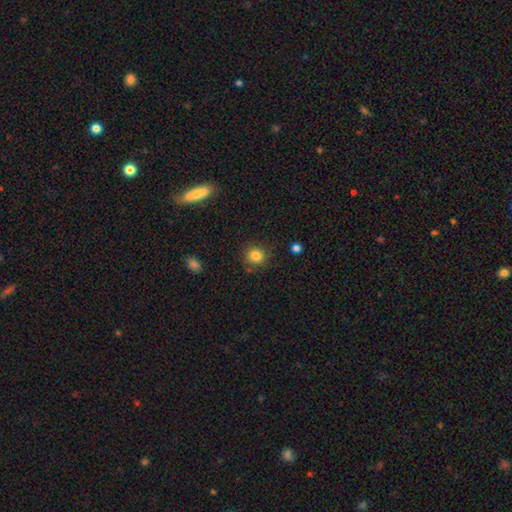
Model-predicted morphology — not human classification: smooth_or_featured: smooth (p=0.84) [alt: star or artifact p=0.11]
how_rounded: round (p=0.88) [alt: in between p=0.11]
merging: none (p=0.85) [alt: minor disturbance p=0.10]